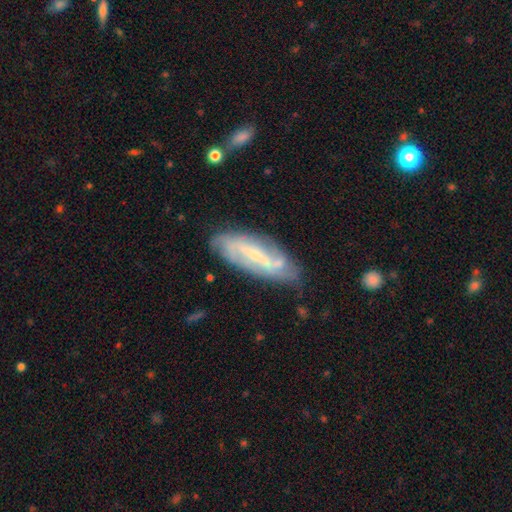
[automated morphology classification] type=featured or disk (73%); edge-on=no (84%); bar=strong (42%); spiral arms=yes (84%); winding=medium (36%); arm count=2 (54%); bulge=small (64%); merging=none (71%).